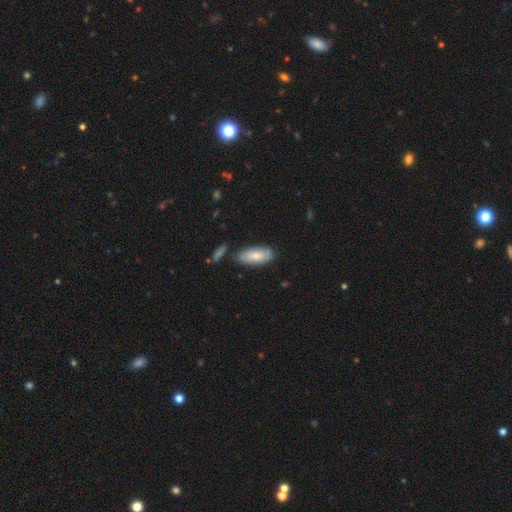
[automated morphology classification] smooth 78%, featured or disk 16%, star or artifact 6%. Down the decision tree: how rounded — in between (84%); merging — none (78%).